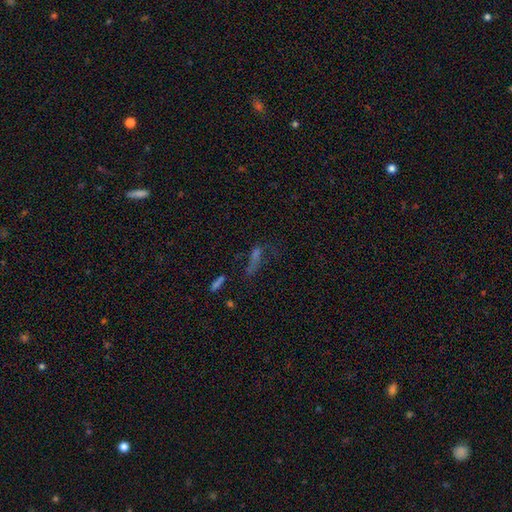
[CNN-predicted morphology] Smooth or featured? star or artifact (38%)